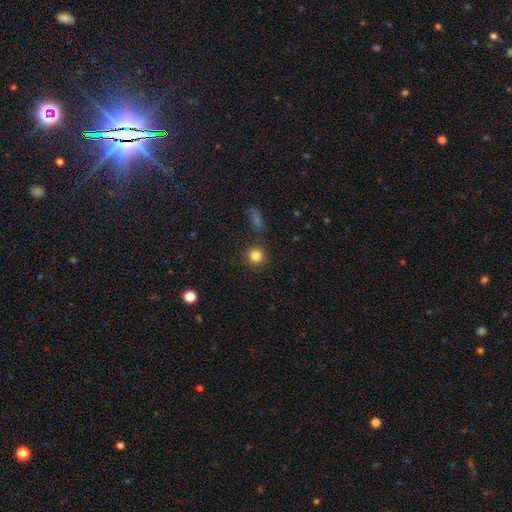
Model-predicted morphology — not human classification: Smooth or featured: smooth — 83% (star or artifact — 12%)
How rounded: round — 93% (in between — 6%)
Merging: none — 86% (minor disturbance — 7%)